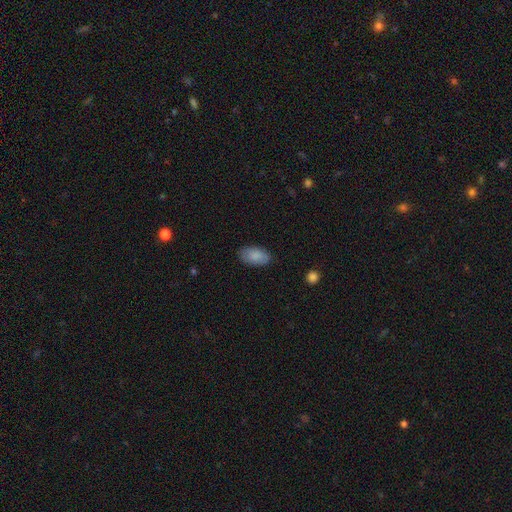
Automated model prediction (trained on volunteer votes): Overall: smooth (87%). How rounded: in between (94%). Merging: none (83%).